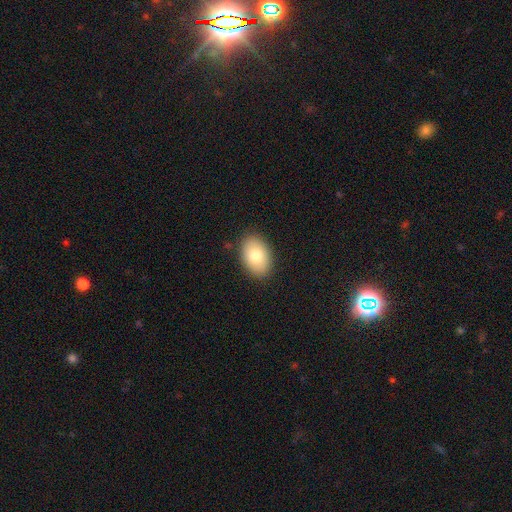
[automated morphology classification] Smooth or featured?
  - smooth: 79% *
  - featured or disk: 14%
  - star or artifact: 7%
How rounded?
  - in between: 86% *
  - round: 13%
  - cigar-shaped: 1%
Merging?
  - none: 88% *
  - minor disturbance: 9%
  - major disturbance: 2%
  - merger: 1%